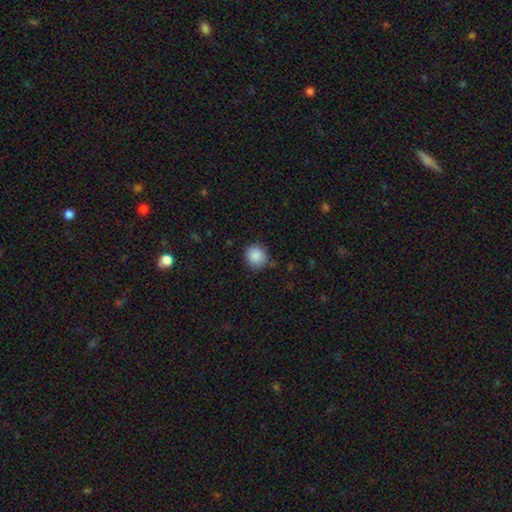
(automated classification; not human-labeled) smooth-or-featured: smooth: 88% | star or artifact: 9% | featured or disk: 3%
  how-rounded: round: 83% | in between: 16% | cigar-shaped: 1%
  merging: none: 84% | minor disturbance: 12% | major disturbance: 3% | merger: 1%